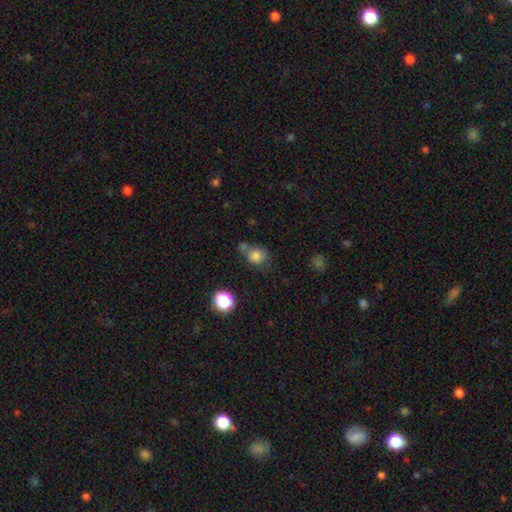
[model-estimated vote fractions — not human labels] Morphology: type=smooth (81%); roundness=round (77%); merging=none (49%).